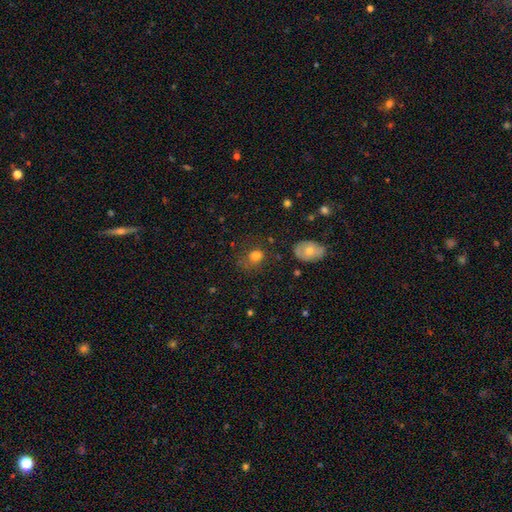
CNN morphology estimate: The model was most divided on "how rounded": in between: 50%, round: 48%, cigar-shaped: 1%. More confident: smooth or featured — smooth (76%); merging — none (50%).